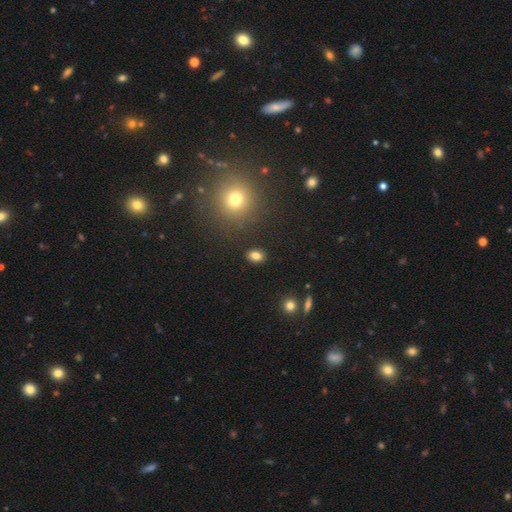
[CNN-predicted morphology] Overall: smooth (82%). How rounded: in between (75%). Merging: none (88%).